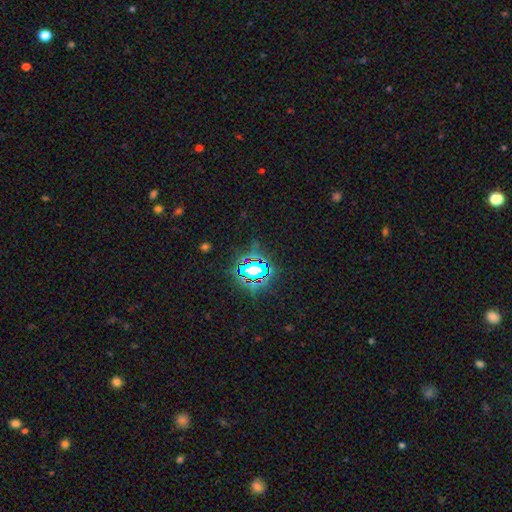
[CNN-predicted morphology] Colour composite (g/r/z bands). It shows a star or artifact, not a galaxy (82%).